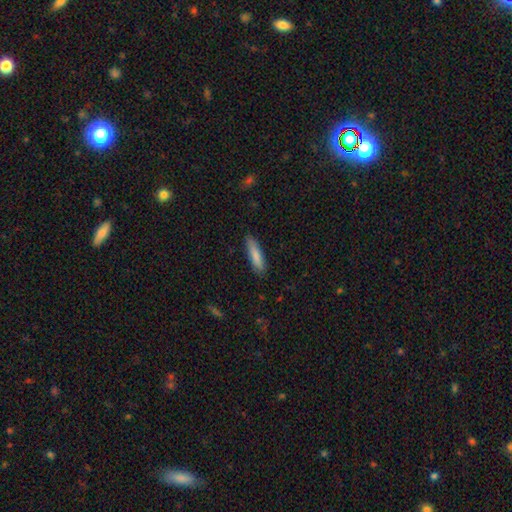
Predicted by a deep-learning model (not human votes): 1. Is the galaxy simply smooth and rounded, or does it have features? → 83% smooth, 11% featured or disk, 6% star or artifact.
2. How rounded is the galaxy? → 75% cigar-shaped, 24% in between, 1% round.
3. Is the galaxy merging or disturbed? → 85% none, 12% minor disturbance, 2% major disturbance, 1% merger.